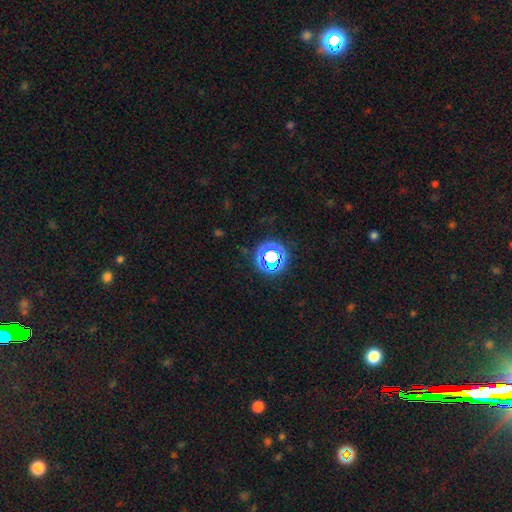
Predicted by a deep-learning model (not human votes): Smooth or featured? Predicted: star or artifact (p=0.65).